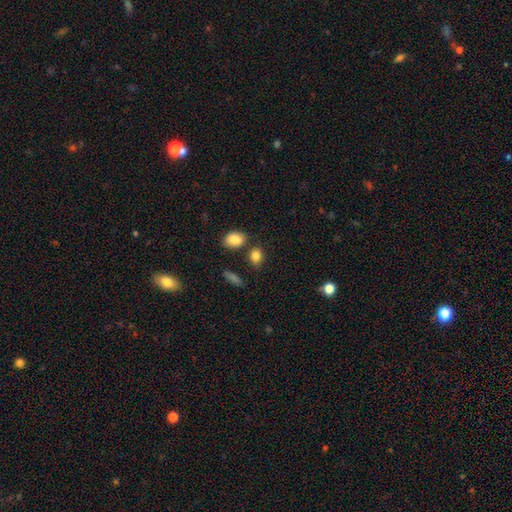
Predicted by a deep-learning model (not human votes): smooth 85%, star or artifact 9%, featured or disk 6%. Down the decision tree: how rounded — in between (67%); merging — none (74%).